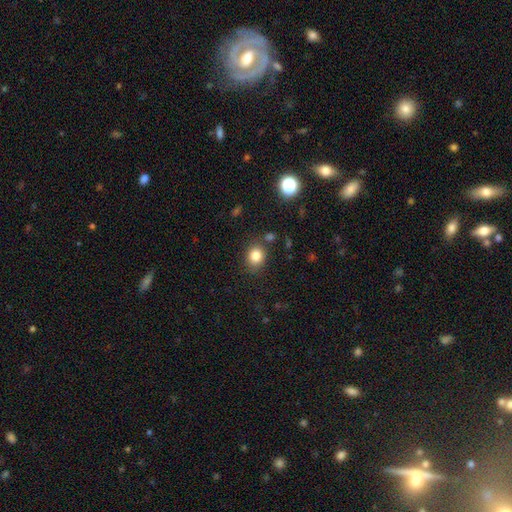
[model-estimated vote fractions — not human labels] A smooth galaxy with no disk features (83%) that is round (68%).

Vote fractions:
- Smooth or featured? smooth: 83% / star or artifact: 11% / featured or disk: 6%
- How rounded? round: 68% / in between: 31% / cigar-shaped: 1%
- Merging? none: 81% / minor disturbance: 11% / merger: 4% / major disturbance: 4%